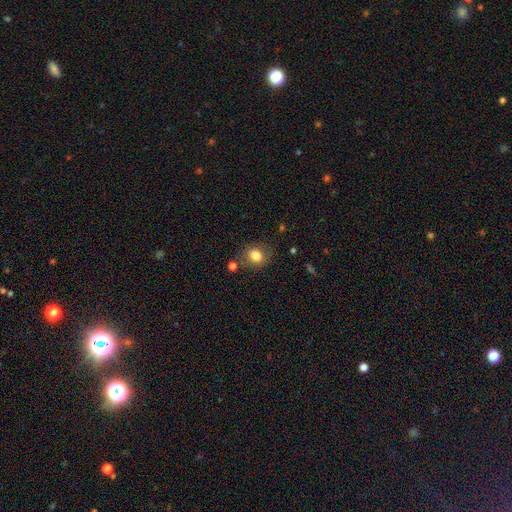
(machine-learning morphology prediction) smooth 83%, star or artifact 10%, featured or disk 8%. Down the decision tree: how rounded — round (61%); merging — none (76%).